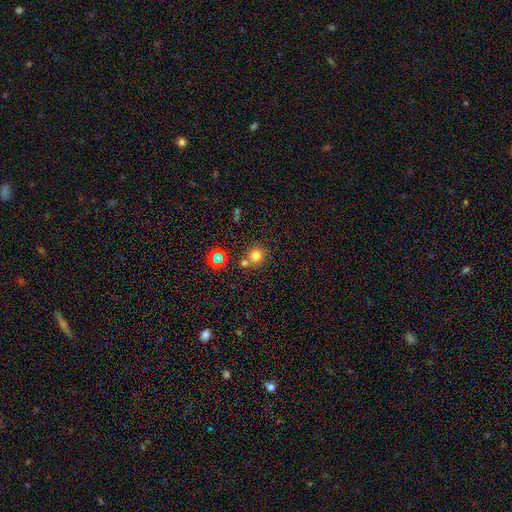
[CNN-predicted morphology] Smooth or featured: smooth — 74% (star or artifact — 18%)
How rounded: round — 90% (in between — 9%)
Merging: none — 64% (merger — 26%)